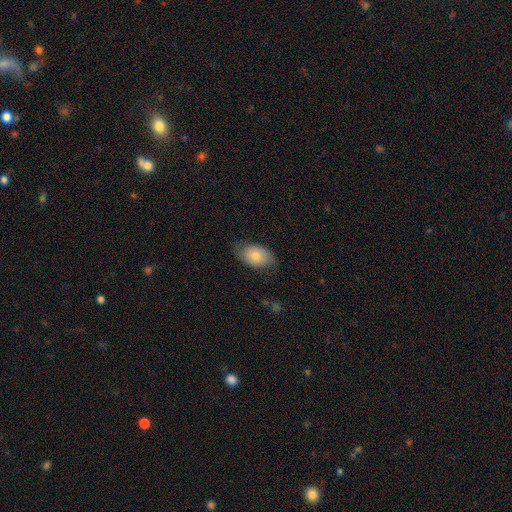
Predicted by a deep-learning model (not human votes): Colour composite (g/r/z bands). It shows a smooth galaxy with no disk features (73%) that is in between round and cigar-shaped (90%). Merging: none (67%).